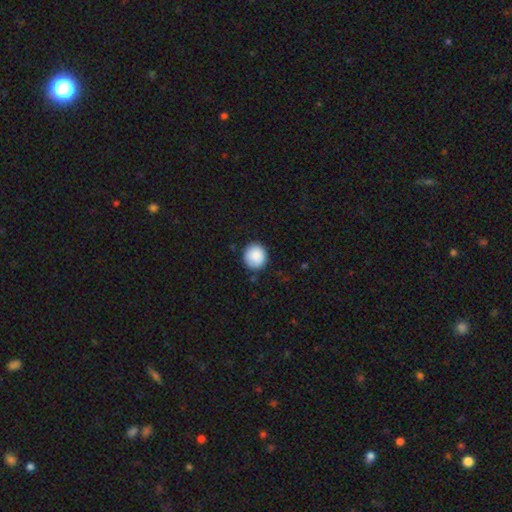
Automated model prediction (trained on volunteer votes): A smooth galaxy with no disk features (89%) that is round (92%).

Vote fractions:
- Smooth or featured? smooth: 89% / star or artifact: 8% / featured or disk: 4%
- How rounded? round: 92% / in between: 7% / cigar-shaped: 1%
- Merging? none: 88% / minor disturbance: 9% / major disturbance: 2% / merger: 1%